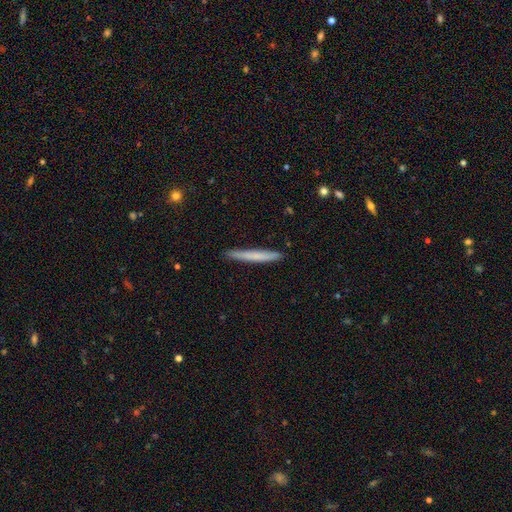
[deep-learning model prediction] smooth-or-featured: smooth: 67% | featured or disk: 27% | star or artifact: 6%
  how-rounded: cigar-shaped: 97% | in between: 2% | round: 1%
  merging: none: 90% | minor disturbance: 7% | major disturbance: 1% | merger: 1%